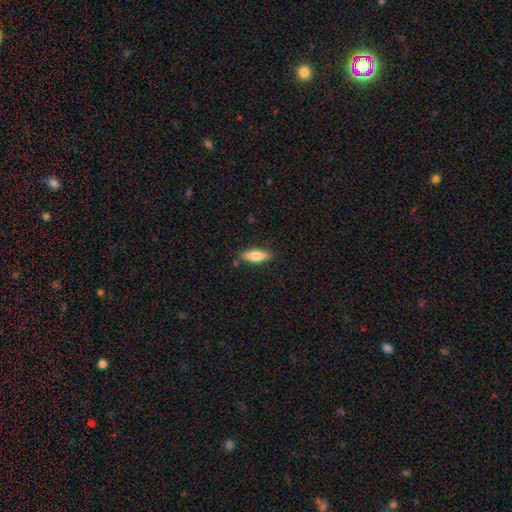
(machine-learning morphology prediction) smooth 74%, featured or disk 20%, star or artifact 6%. Down the decision tree: how rounded — in between (62%); merging — none (83%).